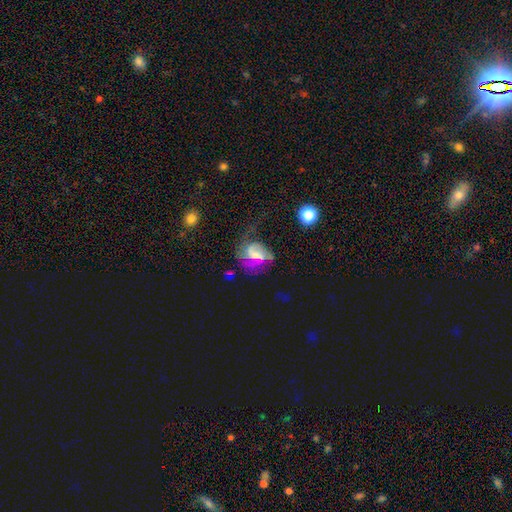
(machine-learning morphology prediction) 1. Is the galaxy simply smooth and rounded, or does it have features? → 63% featured or disk, 25% smooth, 12% star or artifact.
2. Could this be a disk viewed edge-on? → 97% no, 3% yes.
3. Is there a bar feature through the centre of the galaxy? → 48% weak, 34% no, 19% strong.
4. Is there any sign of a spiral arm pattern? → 77% yes, 23% no.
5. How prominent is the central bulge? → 43% moderate, 37% small, 11% none, 7% large, 2% dominant.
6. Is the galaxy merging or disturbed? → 38% none, 35% major disturbance, 21% minor disturbance, 6% merger.